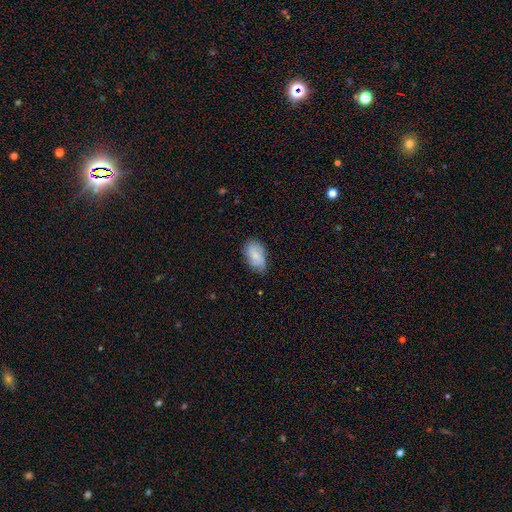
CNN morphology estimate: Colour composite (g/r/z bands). It shows a smooth galaxy with no disk features (77%) that is in between round and cigar-shaped (92%). Merging: none (69%).